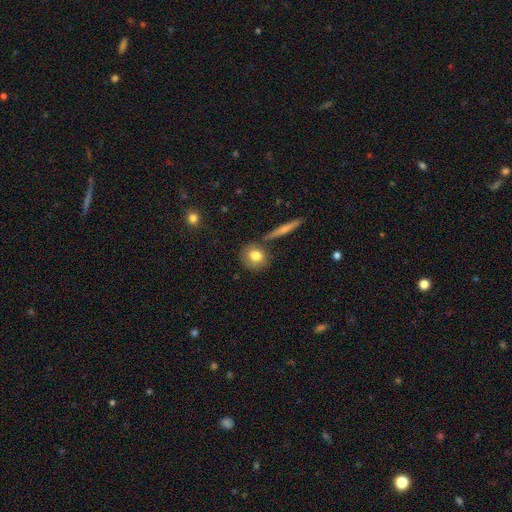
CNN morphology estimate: The model was most divided on "smooth or featured": smooth: 76%, featured or disk: 15%, star or artifact: 8%. More confident: how rounded — round (81%); merging — none (75%).